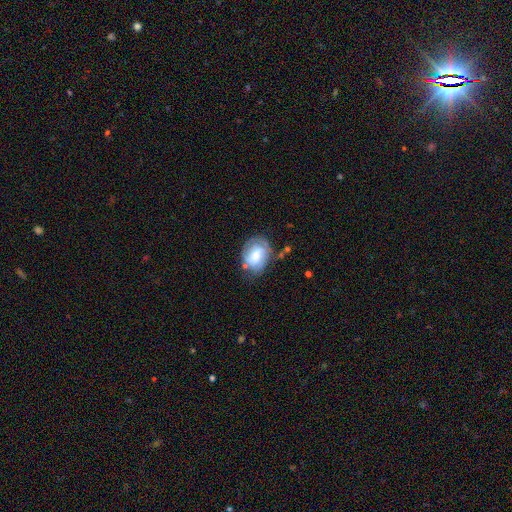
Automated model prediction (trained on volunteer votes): A featured or disk galaxy (47%). Merging: none (56%).